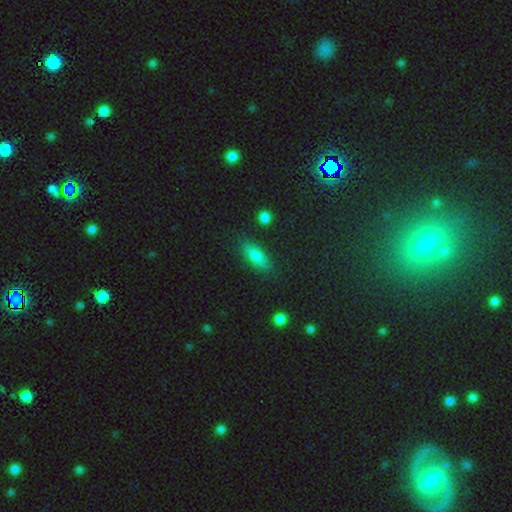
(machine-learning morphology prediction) Smooth or featured: smooth — 78% (featured or disk — 12%)
How rounded: in between — 64% (cigar-shaped — 32%)
Merging: none — 84% (minor disturbance — 11%)